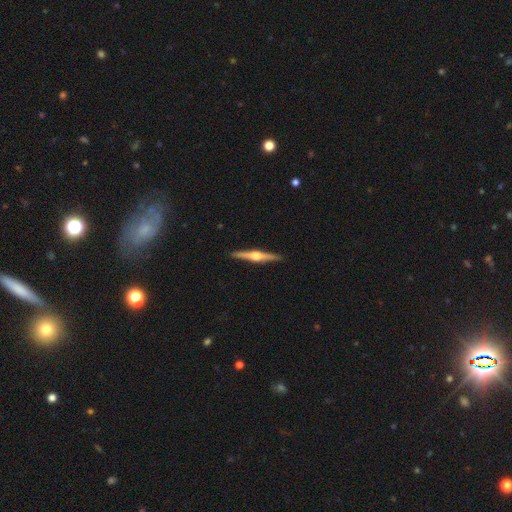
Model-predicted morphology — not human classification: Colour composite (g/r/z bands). It shows a featured or disk galaxy (78%) viewed edge-on (98%) with a rounded central bulge (88%). Merging: none (92%).